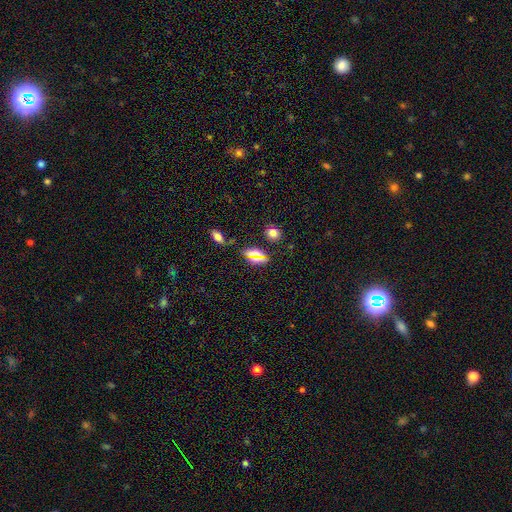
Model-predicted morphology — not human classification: smooth 55%, star or artifact 31%, featured or disk 14%. Down the decision tree: how rounded — in between (65%); merging — none (74%).